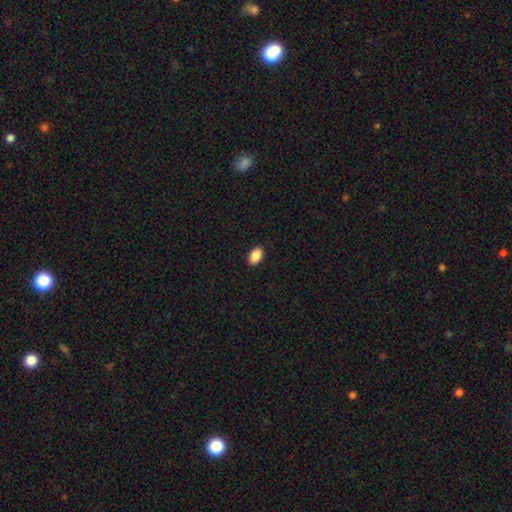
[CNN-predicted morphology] This is clearly a smooth galaxy (89%). How rounded: clearly in between (91%). Merging: clearly none (90%).